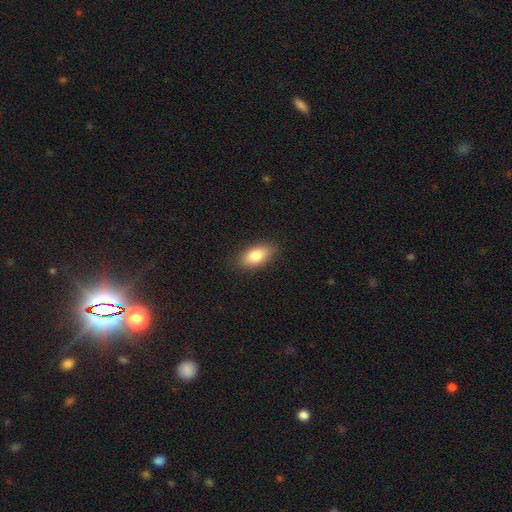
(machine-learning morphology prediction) A smooth galaxy with no disk features (82%) that is in between round and cigar-shaped (89%).

Vote fractions:
- Smooth or featured? smooth: 82% / featured or disk: 11% / star or artifact: 7%
- How rounded? in between: 89% / cigar-shaped: 7% / round: 5%
- Merging? none: 86% / minor disturbance: 11% / major disturbance: 2% / merger: 1%